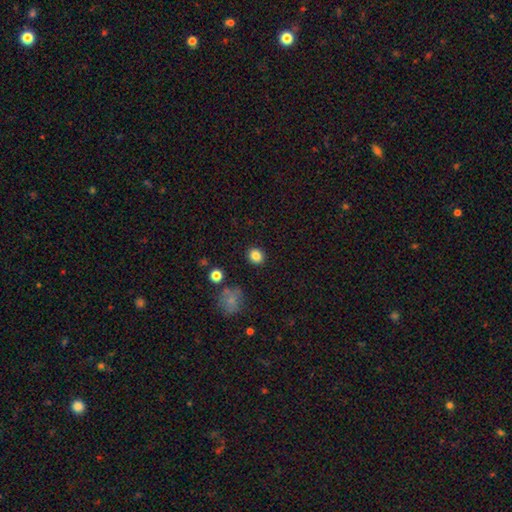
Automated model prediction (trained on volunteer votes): Morphology: type=smooth (84%); roundness=round (81%); merging=none (90%).